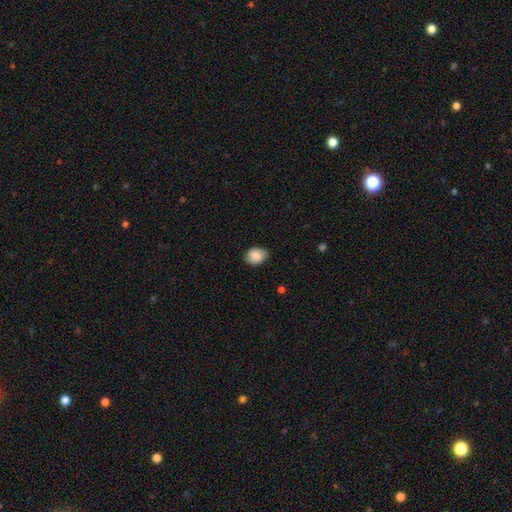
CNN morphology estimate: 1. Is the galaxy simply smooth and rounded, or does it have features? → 86% smooth, 7% star or artifact, 7% featured or disk.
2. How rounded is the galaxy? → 65% in between, 34% round, 1% cigar-shaped.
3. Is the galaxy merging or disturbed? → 76% none, 20% minor disturbance, 3% major disturbance, 1% merger.